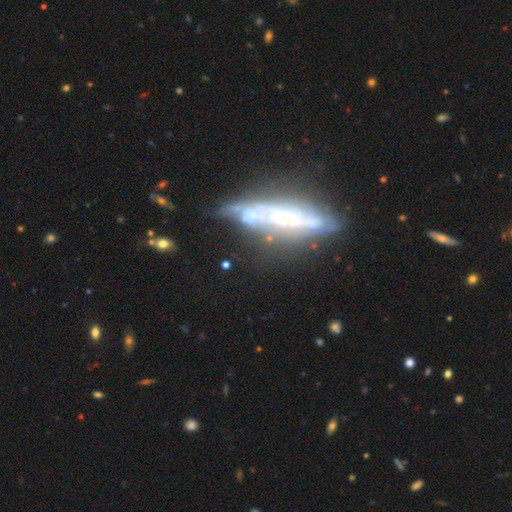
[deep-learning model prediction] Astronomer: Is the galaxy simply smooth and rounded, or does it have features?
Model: featured or disk — 70%.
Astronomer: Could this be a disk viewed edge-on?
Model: yes — 69%.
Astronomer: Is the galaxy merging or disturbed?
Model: none — 54%.